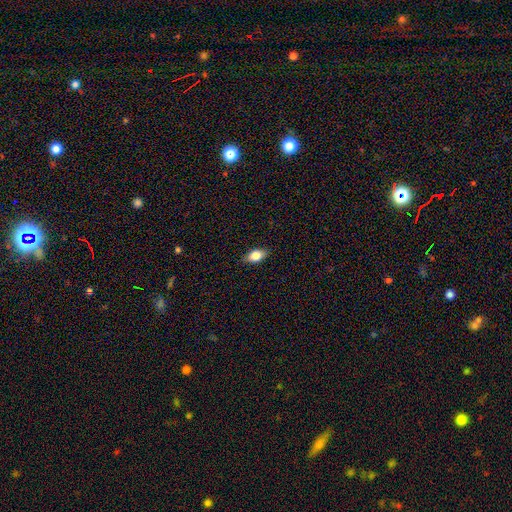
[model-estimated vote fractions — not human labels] A smooth galaxy with no disk features (78%) that is in between round and cigar-shaped (85%). Merging: none (87%).